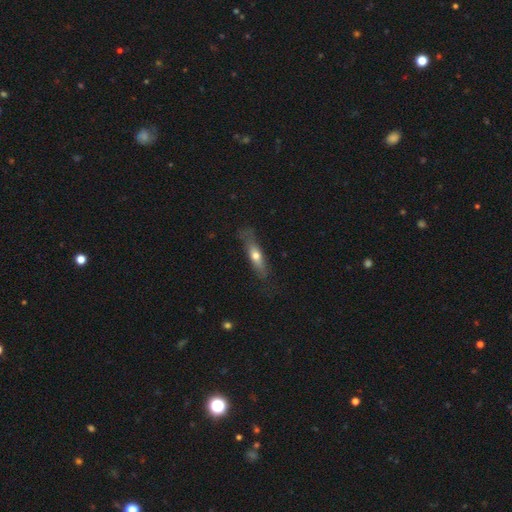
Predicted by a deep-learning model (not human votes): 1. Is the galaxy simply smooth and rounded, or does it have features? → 57% smooth, 37% featured or disk, 6% star or artifact.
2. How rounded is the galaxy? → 69% cigar-shaped, 28% in between, 3% round.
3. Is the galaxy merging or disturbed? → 67% none, 23% minor disturbance, 9% major disturbance, 2% merger.